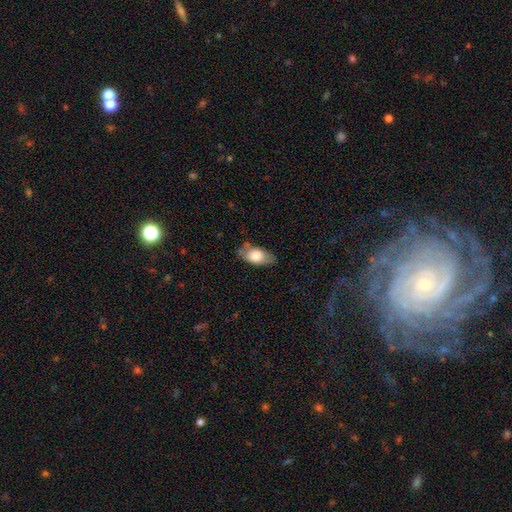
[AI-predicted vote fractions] The model was most divided on "merging": none: 71%, minor disturbance: 21%, major disturbance: 5%, merger: 2%. More confident: how rounded — in between (90%); smooth or featured — smooth (72%).